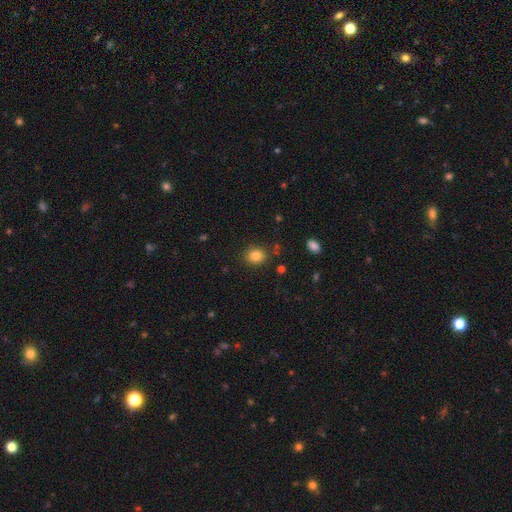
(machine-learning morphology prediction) Smooth or featured: smooth — 84% (star or artifact — 11%)
How rounded: round — 74% (in between — 25%)
Merging: none — 86% (minor disturbance — 9%)